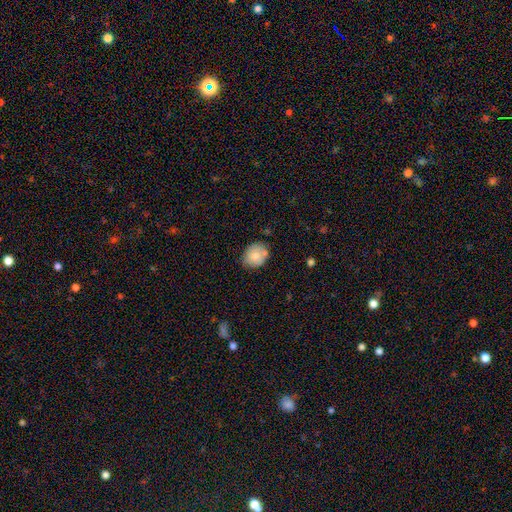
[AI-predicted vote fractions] A smooth galaxy with no disk features (78%) that is round (52%). Merging: none (69%).